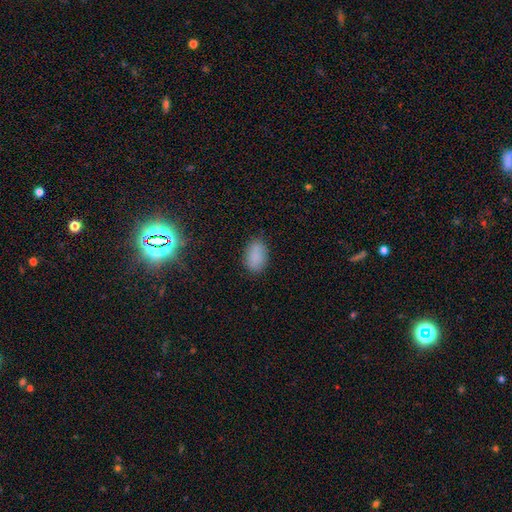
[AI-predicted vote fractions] A smooth galaxy with no disk features (86%) that is in between round and cigar-shaped (87%). Merging: none (83%).